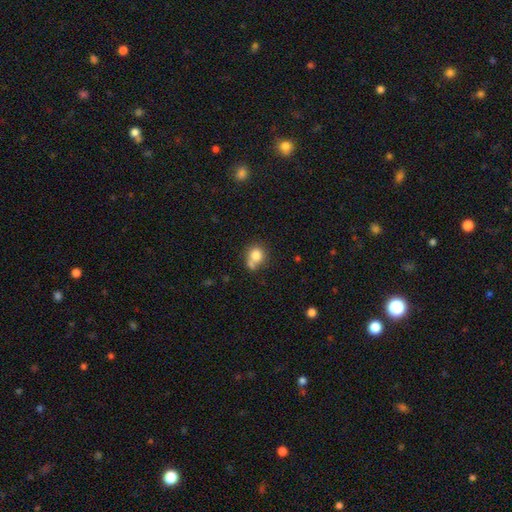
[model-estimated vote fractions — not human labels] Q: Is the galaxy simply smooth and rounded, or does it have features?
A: smooth — 80%.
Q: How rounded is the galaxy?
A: round — 76%.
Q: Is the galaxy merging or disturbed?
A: none — 47%.